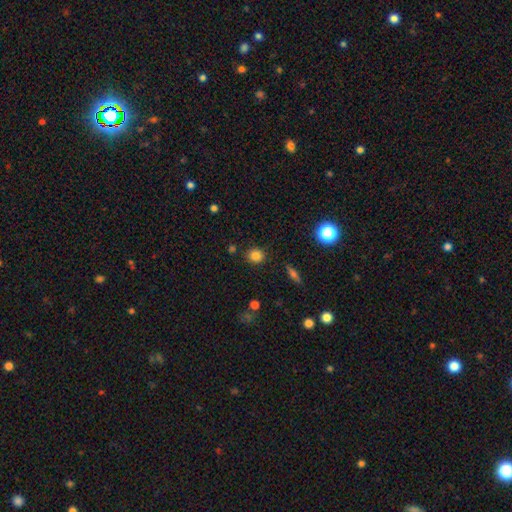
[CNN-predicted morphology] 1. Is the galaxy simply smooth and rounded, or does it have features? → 82% smooth, 12% star or artifact, 6% featured or disk.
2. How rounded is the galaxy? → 85% round, 14% in between, 1% cigar-shaped.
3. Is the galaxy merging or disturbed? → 88% none, 7% minor disturbance, 2% merger, 2% major disturbance.